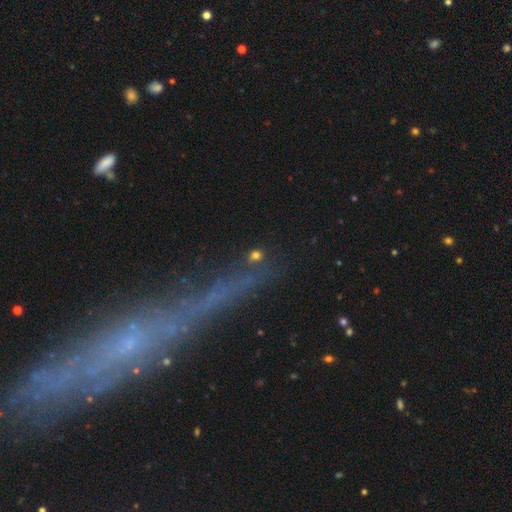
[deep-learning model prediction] Q: Smooth or featured?
A: smooth (58%); runner-up: star or artifact (27%)
Q: How rounded?
A: round (65%); runner-up: in between (28%)
Q: Merging?
A: none (57%); runner-up: merger (15%)